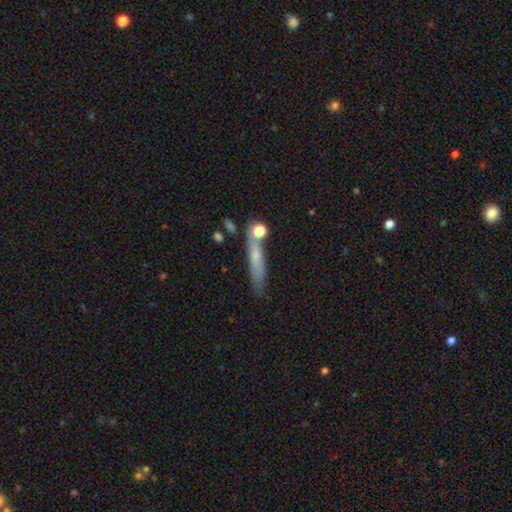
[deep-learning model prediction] smooth_or_featured: smooth (p=0.59) [alt: featured or disk p=0.31]
how_rounded: cigar-shaped (p=0.86) [alt: in between p=0.10]
merging: none (p=0.69) [alt: minor disturbance p=0.16]